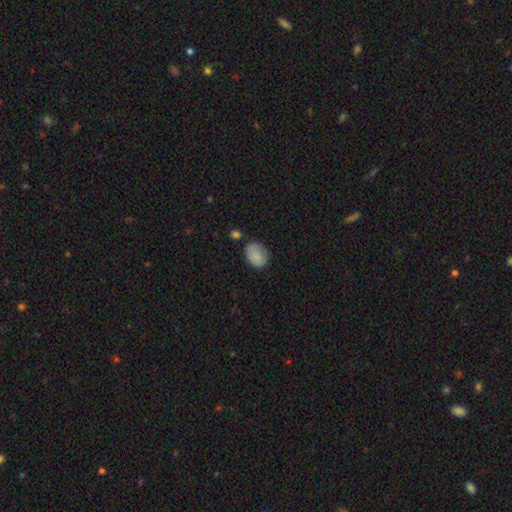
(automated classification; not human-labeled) smooth 85%, featured or disk 8%, star or artifact 8%. Down the decision tree: how rounded — in between (66%); merging — none (66%).